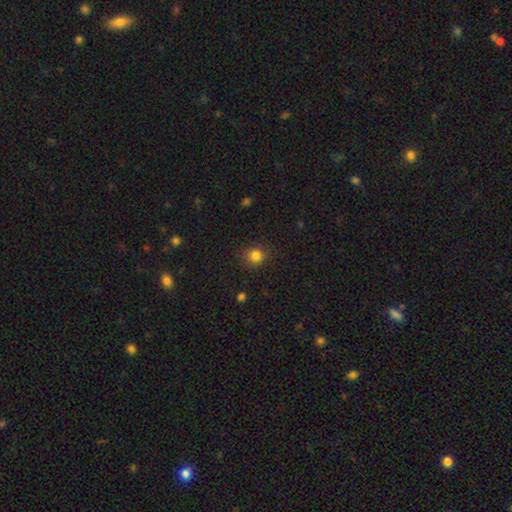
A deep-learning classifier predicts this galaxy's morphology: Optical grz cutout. It shows a smooth galaxy with no disk features (83%) that is round (87%). Merging: none (86%).